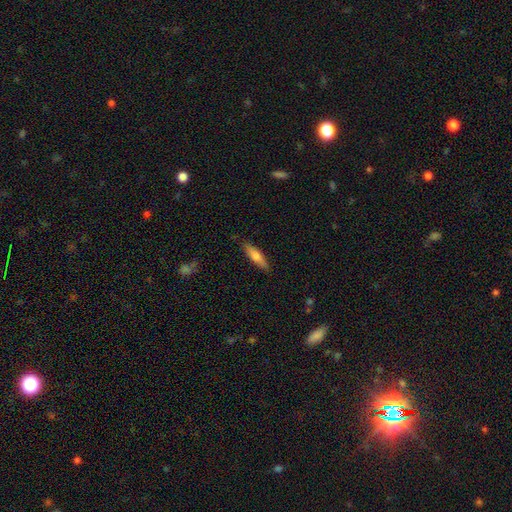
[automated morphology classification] The model was most divided on "how rounded": cigar-shaped: 66%, in between: 33%, round: 2%. More confident: merging — none (85%); smooth or featured — smooth (66%).